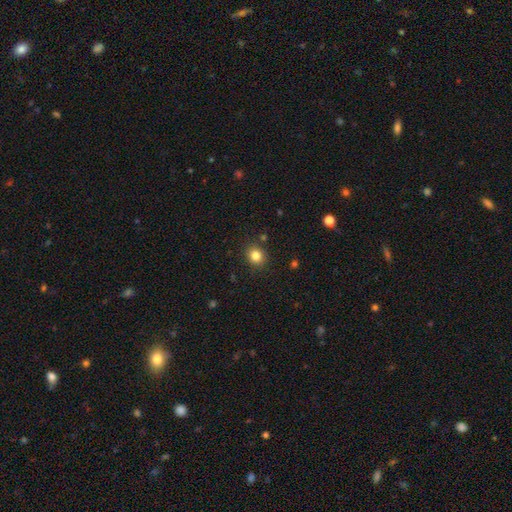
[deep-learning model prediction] The model was most divided on "how rounded": round: 78%, in between: 21%, cigar-shaped: 1%. More confident: merging — none (88%); smooth or featured — smooth (82%).